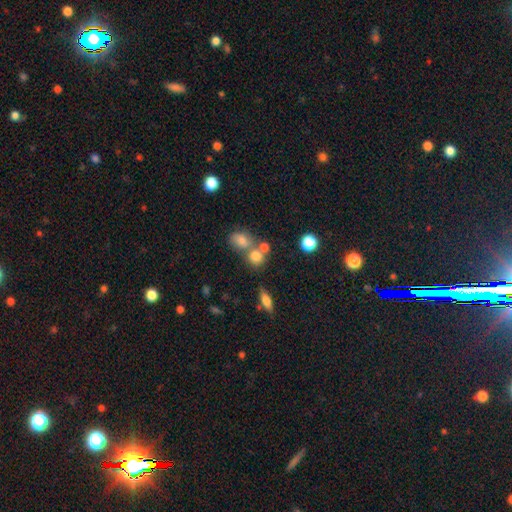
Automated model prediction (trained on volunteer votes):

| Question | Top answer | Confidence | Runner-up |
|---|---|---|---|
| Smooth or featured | smooth | 75% | star or artifact (14%) |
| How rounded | round | 69% | in between (29%) |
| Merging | none | 45% | merger (40%) |